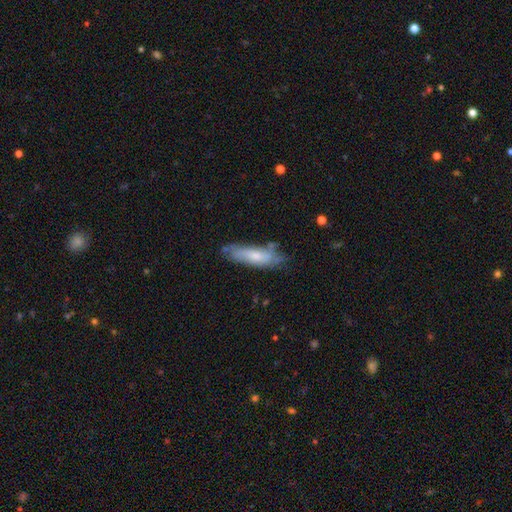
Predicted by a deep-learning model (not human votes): Smooth or featured?
  - smooth: 58% *
  - featured or disk: 35%
  - star or artifact: 7%
How rounded?
  - cigar-shaped: 54% *
  - in between: 44%
  - round: 2%
Merging?
  - none: 56% *
  - minor disturbance: 29%
  - major disturbance: 10%
  - merger: 5%